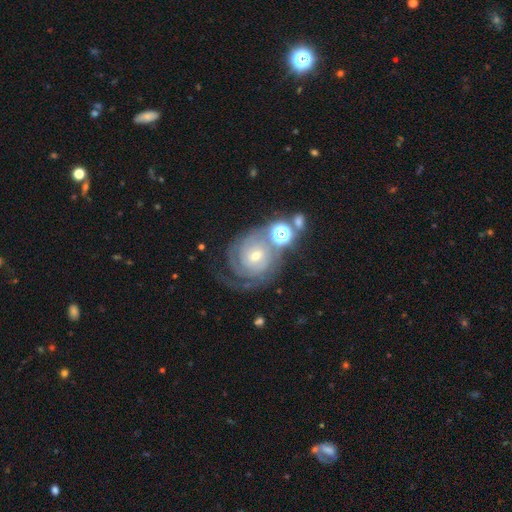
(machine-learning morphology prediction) Smooth or featured: featured or disk — 83% (smooth — 9%)
Edge-on disk: no — 97% (yes — 3%)
Bar: no — 68% (weak — 25%)
Spiral arms: yes — 96% (no — 4%)
Spiral winding: tight — 75% (medium — 21%)
Spiral arm count: 2 — 33% (can't tell — 26%)
Bulge size: small — 57% (moderate — 39%)
Merging: none — 61% (minor disturbance — 17%)